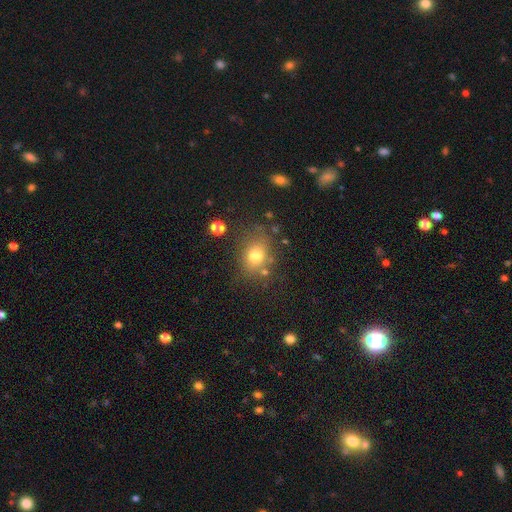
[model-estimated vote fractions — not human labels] smooth 75%, star or artifact 13%, featured or disk 12%. Down the decision tree: how rounded — in between (50%); merging — none (71%).